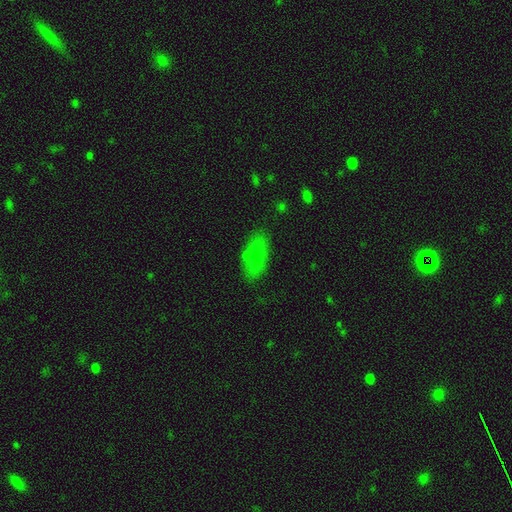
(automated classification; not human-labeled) smooth-or-featured: smooth: 67% | featured or disk: 23% | star or artifact: 9%
  how-rounded: in between: 80% | cigar-shaped: 15% | round: 4%
  merging: none: 74% | minor disturbance: 15% | merger: 6% | major disturbance: 5%